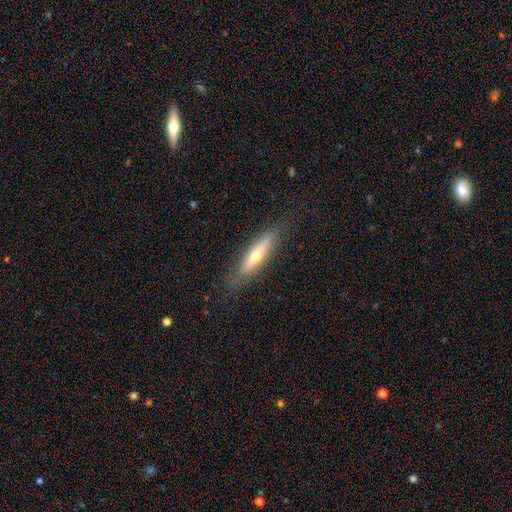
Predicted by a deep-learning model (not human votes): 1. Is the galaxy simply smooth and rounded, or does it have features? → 51% featured or disk, 42% smooth, 7% star or artifact.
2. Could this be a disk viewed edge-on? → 84% yes, 16% no.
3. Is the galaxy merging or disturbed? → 81% none, 14% minor disturbance, 4% major disturbance, 1% merger.